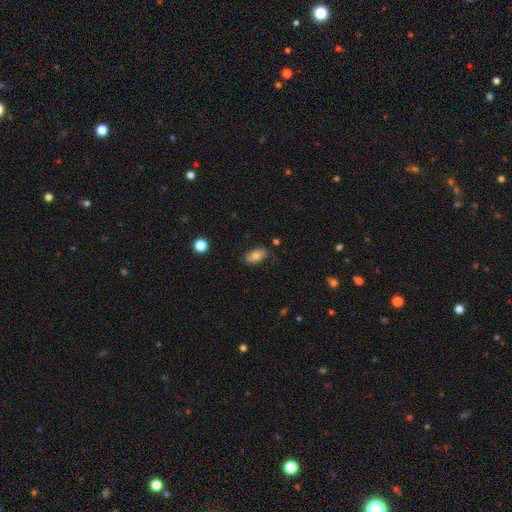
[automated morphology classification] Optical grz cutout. It shows a smooth galaxy with no disk features (74%) that is in between round and cigar-shaped (91%). Merging: none (79%).